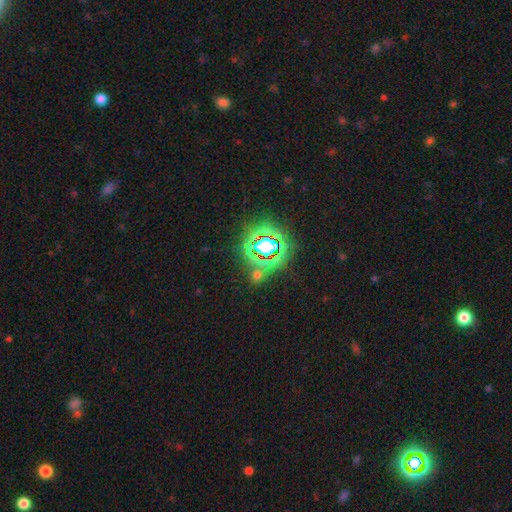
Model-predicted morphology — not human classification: Smooth or featured?
  - star or artifact: 67% *
  - smooth: 23%
  - featured or disk: 10%